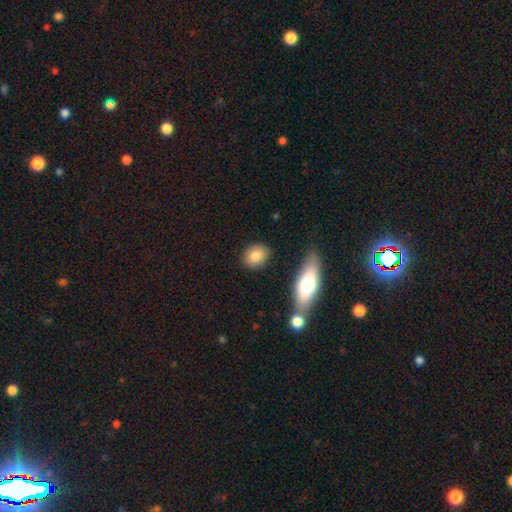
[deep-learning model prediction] The model was most divided on "how rounded": round: 49%, in between: 48%, cigar-shaped: 2%. More confident: merging — none (85%); smooth or featured — smooth (85%).